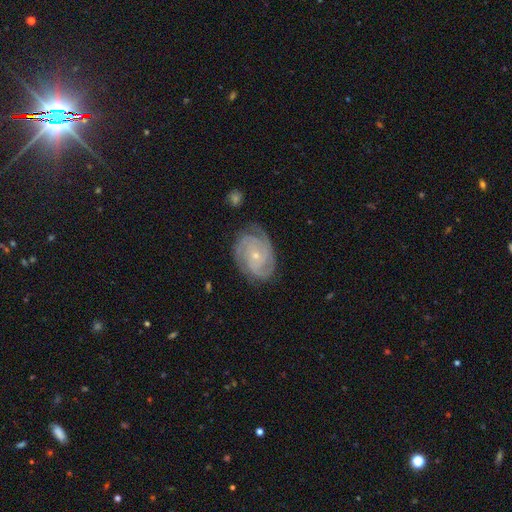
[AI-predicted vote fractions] smooth_or_featured: featured or disk (p=0.88) [alt: smooth p=0.07]
disk_edge_on: no (p=0.97) [alt: yes p=0.03]
bar: no (p=0.72) [alt: weak p=0.22]
has_spiral_arms: yes (p=0.98) [alt: no p=0.02]
spiral_winding: tight (p=0.74) [alt: medium p=0.22]
spiral_arm_count: 3 (p=0.35) [alt: 2 p=0.21]
bulge_size: small (p=0.74) [alt: moderate p=0.23]
merging: none (p=0.77) [alt: minor disturbance p=0.17]